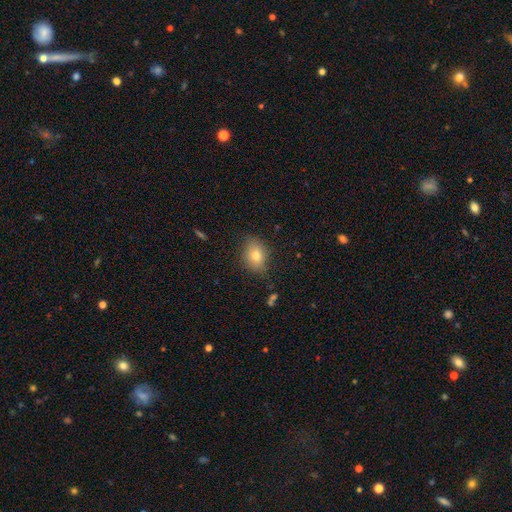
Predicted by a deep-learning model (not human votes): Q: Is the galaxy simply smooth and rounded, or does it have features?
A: smooth — 76%.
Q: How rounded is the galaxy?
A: in between — 62%.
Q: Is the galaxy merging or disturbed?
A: none — 80%.